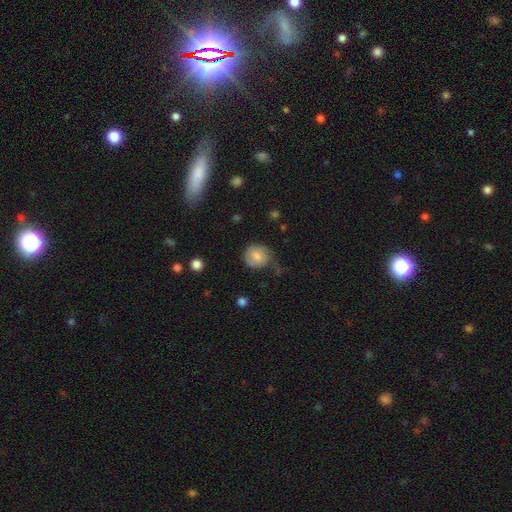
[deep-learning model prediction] Smooth or featured? Predicted: smooth (p=0.64). How rounded? Predicted: round (p=0.78). Merging? Predicted: none (p=0.51).